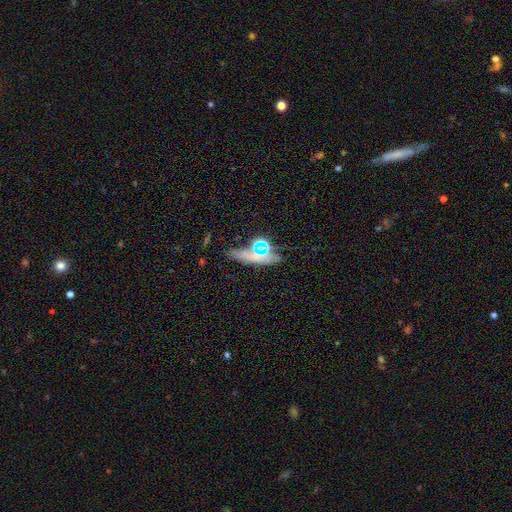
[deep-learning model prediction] smooth-or-featured: smooth: 47% | featured or disk: 32% | star or artifact: 21%
  merging: none: 52% | minor disturbance: 20% | merger: 15% | major disturbance: 13%